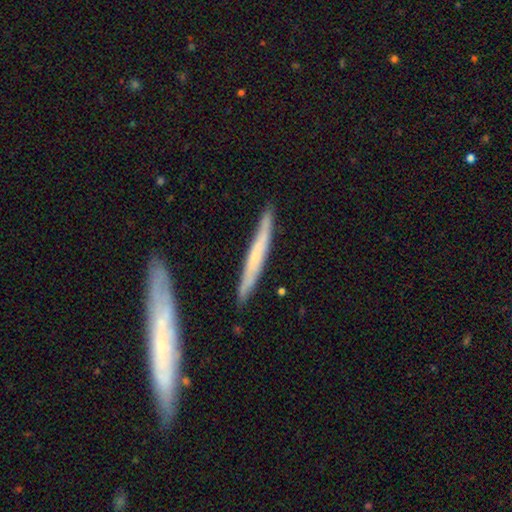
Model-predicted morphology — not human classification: Overall: featured or disk (54%; smooth 41%). Edge-on disk: yes (91%). Merging: none (86%).